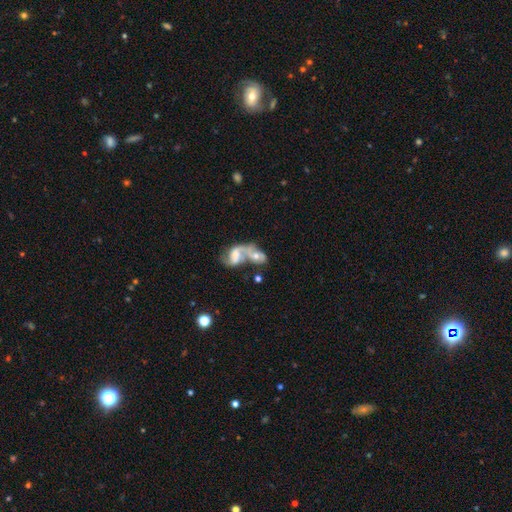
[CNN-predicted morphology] Q: Smooth or featured?
A: featured or disk (57%); runner-up: smooth (34%)
Q: Edge-on disk?
A: no (96%); runner-up: yes (4%)
Q: Bar?
A: no (56%); runner-up: weak (32%)
Q: Spiral arms?
A: yes (69%); runner-up: no (31%)
Q: Bulge size?
A: moderate (44%); runner-up: small (26%)
Q: Merging?
A: merger (76%); runner-up: none (11%)